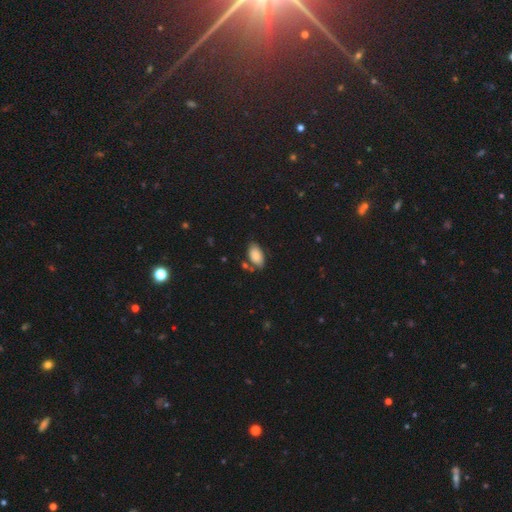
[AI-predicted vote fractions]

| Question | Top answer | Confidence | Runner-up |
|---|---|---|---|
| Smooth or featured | smooth | 87% | star or artifact (7%) |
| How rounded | in between | 94% | round (3%) |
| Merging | none | 70% | minor disturbance (18%) |